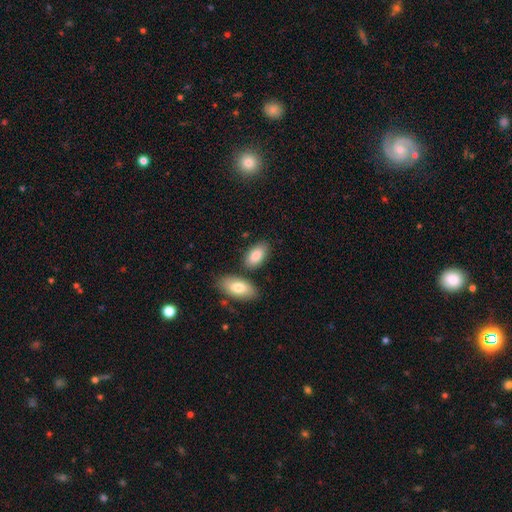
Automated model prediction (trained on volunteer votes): This appears to be a smooth galaxy with no disk features (84%) that is in between round and cigar-shaped (93%). Merging: none (71%).